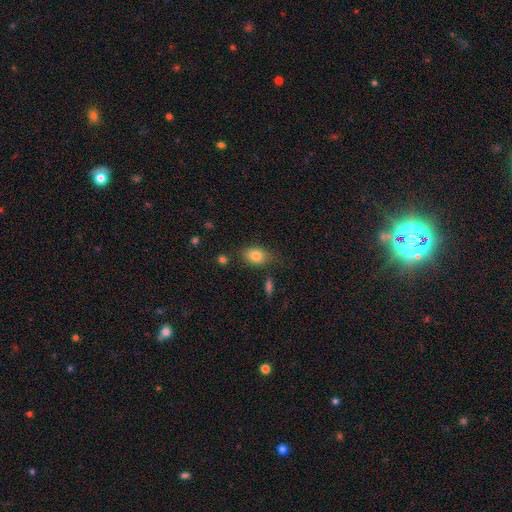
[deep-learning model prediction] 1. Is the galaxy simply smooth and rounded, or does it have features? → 80% smooth, 10% featured or disk, 10% star or artifact.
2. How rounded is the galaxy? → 72% in between, 27% round, 2% cigar-shaped.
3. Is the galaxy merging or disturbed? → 74% none, 17% minor disturbance, 5% major disturbance, 4% merger.